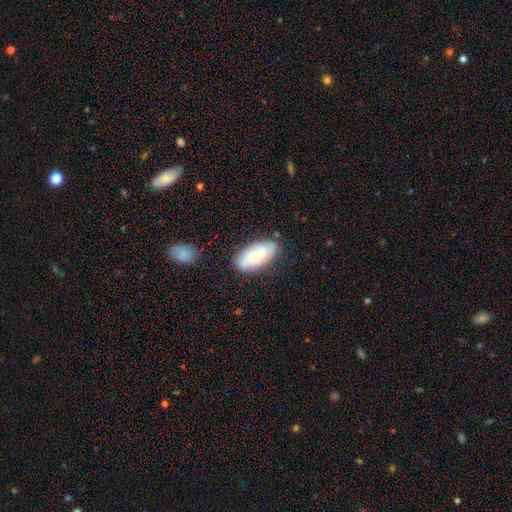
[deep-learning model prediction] Smooth or featured?
  - smooth: 51% *
  - featured or disk: 42%
  - star or artifact: 7%
How rounded?
  - in between: 92% *
  - cigar-shaped: 5%
  - round: 3%
Merging?
  - none: 74% *
  - minor disturbance: 18%
  - major disturbance: 5%
  - merger: 3%